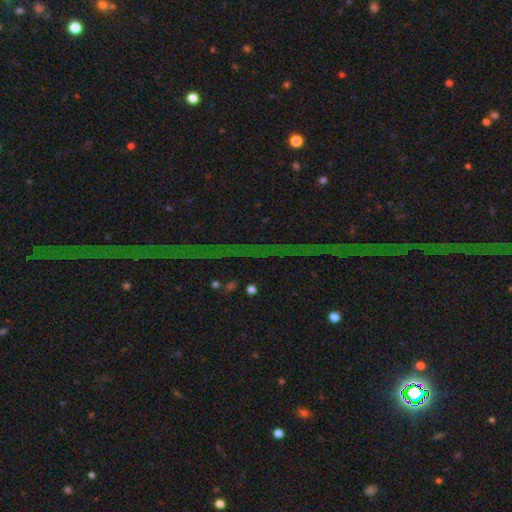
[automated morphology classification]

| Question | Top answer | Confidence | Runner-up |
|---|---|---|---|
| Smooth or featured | star or artifact | 81% | featured or disk (11%) |